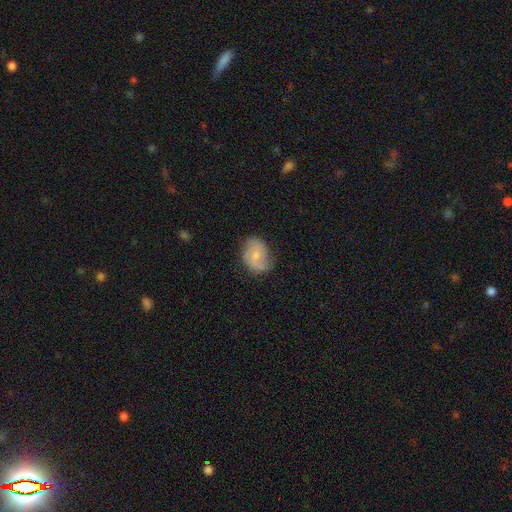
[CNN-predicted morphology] A smooth galaxy with no disk features (48%).

Vote fractions:
- Smooth or featured? smooth: 48% / featured or disk: 45% / star or artifact: 7%
- Merging? none: 65% / minor disturbance: 26% / major disturbance: 8% / merger: 1%